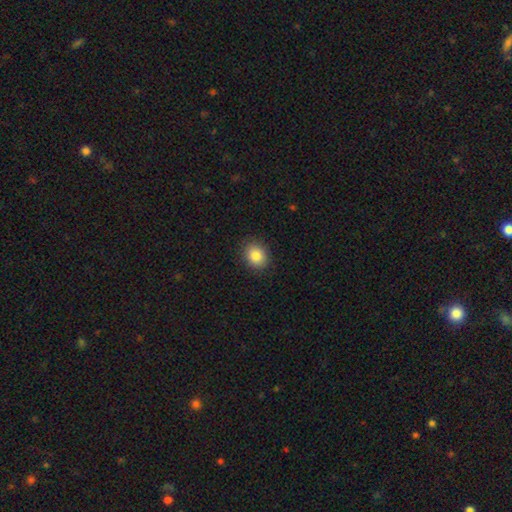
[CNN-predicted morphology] This is clearly a smooth galaxy (86%). How rounded: possibly round (58%). Merging: clearly none (89%).